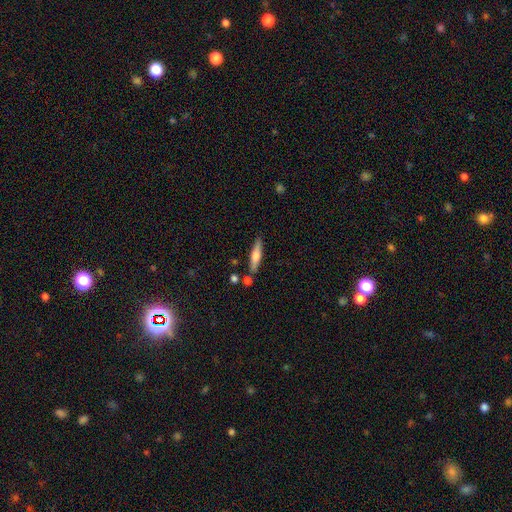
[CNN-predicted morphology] Overall: smooth (52%; featured or disk 42%). How rounded: cigar-shaped (80%). Merging: none (81%).